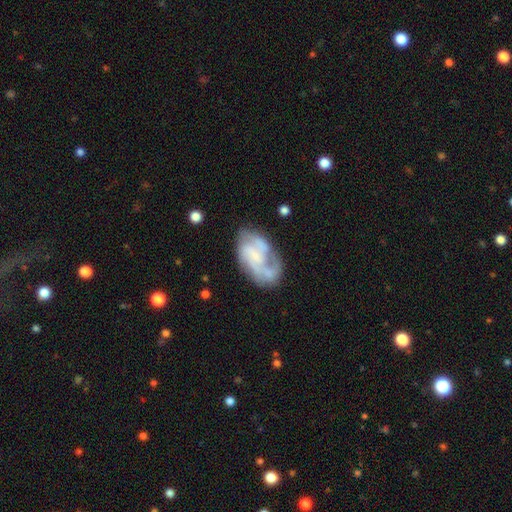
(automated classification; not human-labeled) Smooth or featured: featured or disk — 74% (smooth — 19%)
Edge-on disk: no — 97% (yes — 3%)
Bar: no — 58% (weak — 32%)
Spiral arms: yes — 86% (no — 14%)
Spiral winding: medium — 46% (tight — 34%)
Spiral arm count: 3 — 32% (2 — 27%)
Bulge size: small — 43% (none — 37%)
Merging: none — 55% (minor disturbance — 24%)